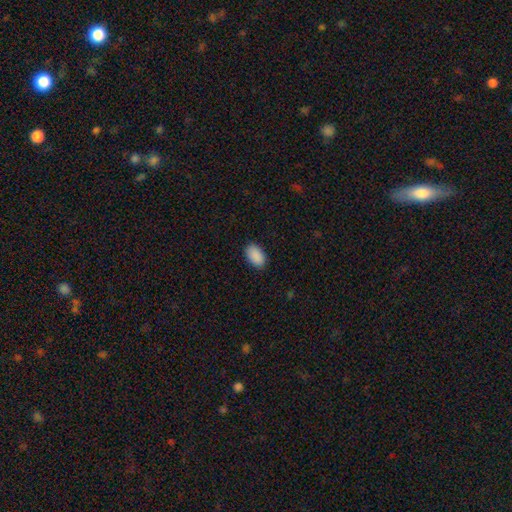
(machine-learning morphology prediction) A smooth galaxy with no disk features (91%) that is in between round and cigar-shaped (93%).

Vote fractions:
- Smooth or featured? smooth: 91% / star or artifact: 7% / featured or disk: 3%
- How rounded? in between: 93% / round: 6% / cigar-shaped: 1%
- Merging? none: 87% / minor disturbance: 10% / major disturbance: 2% / merger: 1%